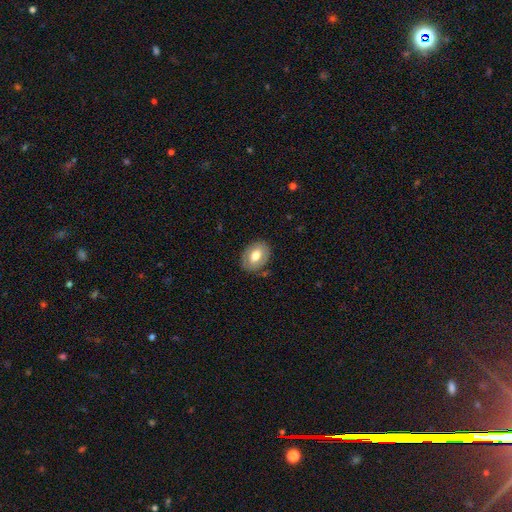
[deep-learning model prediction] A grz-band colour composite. It shows a smooth galaxy with no disk features (65%) that is in between round and cigar-shaped (72%). Merging: none (81%).